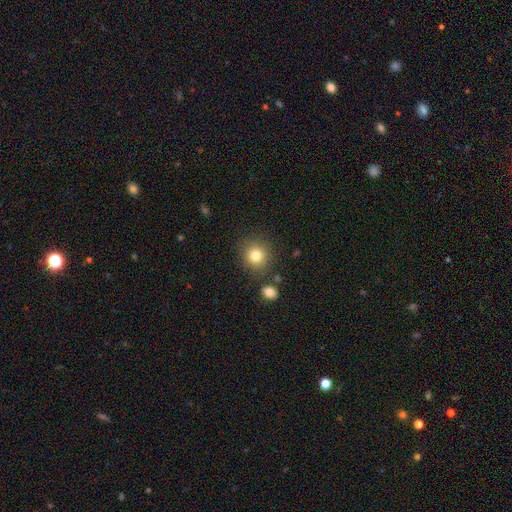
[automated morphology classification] Smooth or featured?
  - smooth: 80% *
  - star or artifact: 12%
  - featured or disk: 8%
How rounded?
  - round: 90% *
  - in between: 9%
  - cigar-shaped: 1%
Merging?
  - none: 84% *
  - minor disturbance: 9%
  - merger: 4%
  - major disturbance: 3%